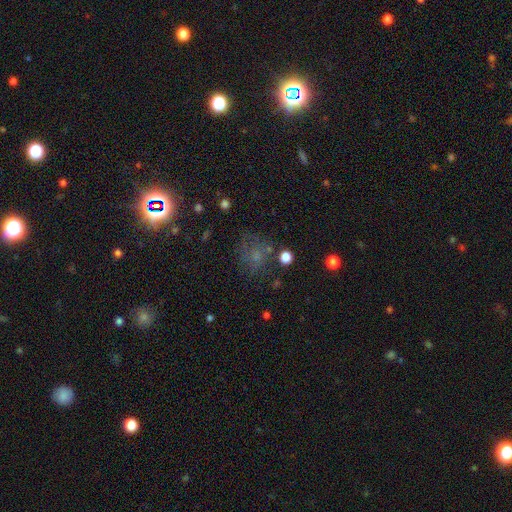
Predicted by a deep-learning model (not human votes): Overall: smooth (48%; star or artifact 33%). Merging: none (59%; minor disturbance 20%).